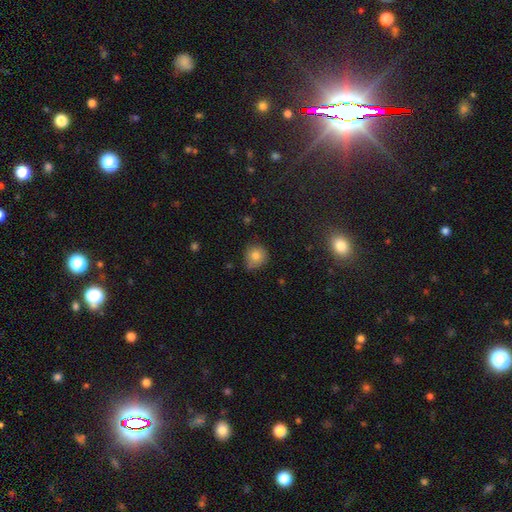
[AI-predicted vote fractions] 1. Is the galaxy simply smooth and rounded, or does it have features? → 81% smooth, 11% star or artifact, 8% featured or disk.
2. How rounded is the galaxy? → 86% round, 13% in between, 1% cigar-shaped.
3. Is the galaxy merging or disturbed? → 65% none, 27% minor disturbance, 5% major disturbance, 3% merger.